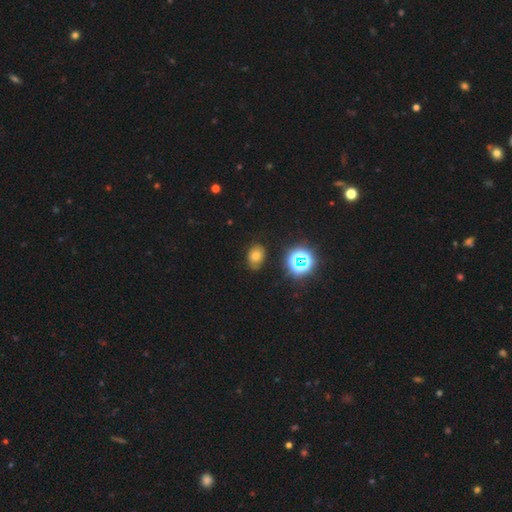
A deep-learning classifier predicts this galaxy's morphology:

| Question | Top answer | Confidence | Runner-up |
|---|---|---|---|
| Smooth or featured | smooth | 64% | star or artifact (24%) |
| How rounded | in between | 67% | round (32%) |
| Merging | none | 77% | minor disturbance (16%) |